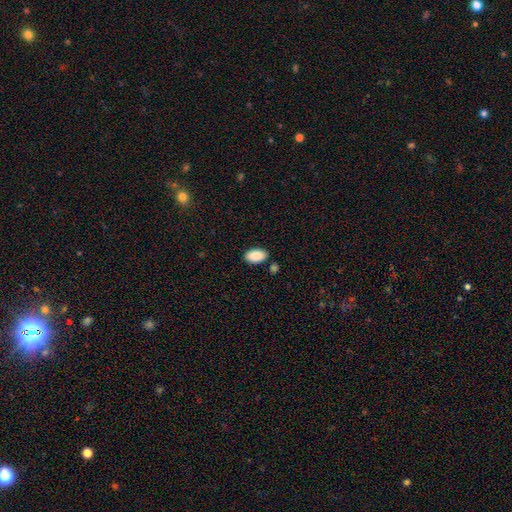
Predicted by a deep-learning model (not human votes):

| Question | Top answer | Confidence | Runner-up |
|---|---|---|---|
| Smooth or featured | smooth | 89% | star or artifact (6%) |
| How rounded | in between | 94% | round (4%) |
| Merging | none | 84% | minor disturbance (10%) |